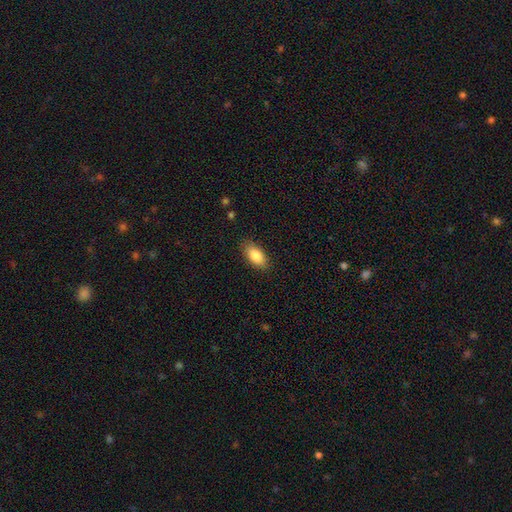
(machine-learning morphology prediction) smooth_or_featured: smooth (p=0.85) [alt: featured or disk p=0.09]
how_rounded: in between (p=0.90) [alt: cigar-shaped p=0.07]
merging: none (p=0.86) [alt: minor disturbance p=0.11]